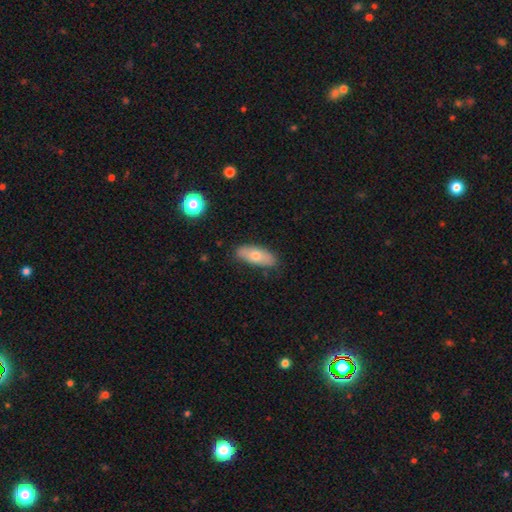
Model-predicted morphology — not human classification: The model was most divided on "smooth or featured": smooth: 69%, featured or disk: 24%, star or artifact: 7%. More confident: merging — none (81%); how rounded — in between (80%).